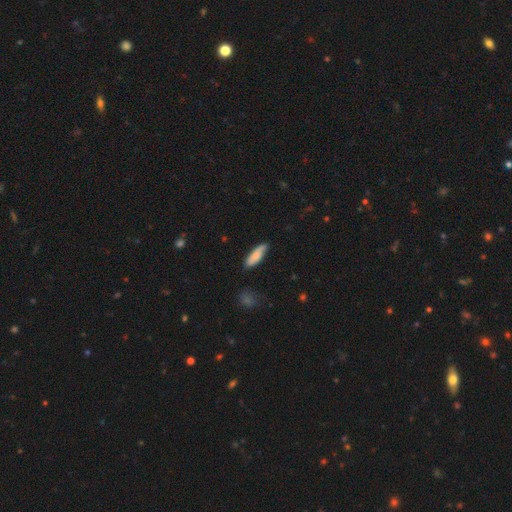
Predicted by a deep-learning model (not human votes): Q: Smooth or featured?
A: smooth (80%); runner-up: featured or disk (14%)
Q: How rounded?
A: cigar-shaped (54%); runner-up: in between (44%)
Q: Merging?
A: none (76%); runner-up: minor disturbance (19%)